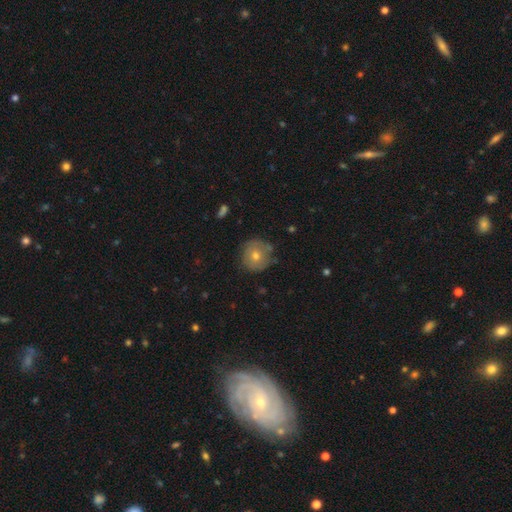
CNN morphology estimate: type=smooth (55%); roundness=round (92%); merging=none (76%).